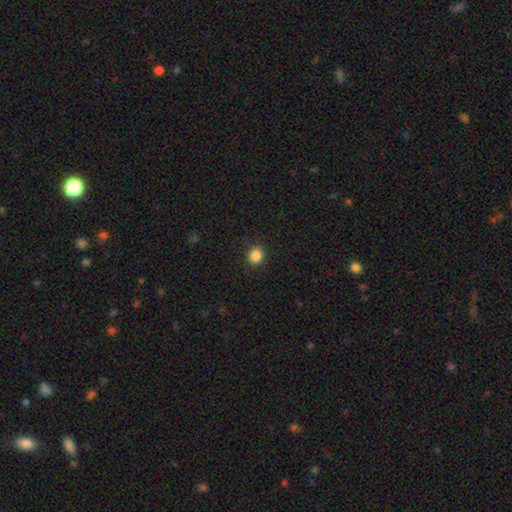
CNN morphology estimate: Overall: smooth (87%). How rounded: round (70%). Merging: none (90%).